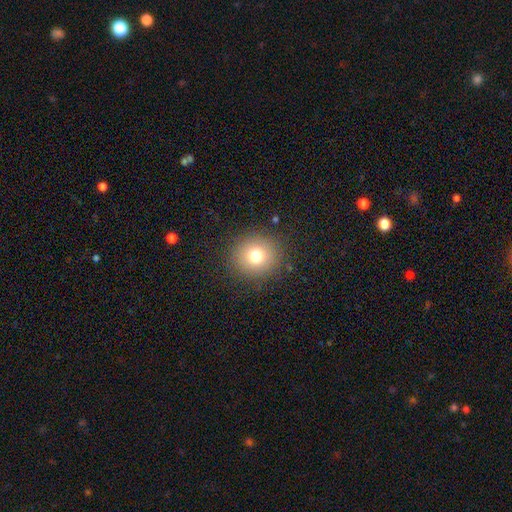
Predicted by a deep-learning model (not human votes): A smooth galaxy with no disk features (75%) that is round (87%).

Vote fractions:
- Smooth or featured? smooth: 75% / star or artifact: 13% / featured or disk: 12%
- How rounded? round: 87% / in between: 12% / cigar-shaped: 1%
- Merging? none: 88% / minor disturbance: 8% / major disturbance: 4% / merger: 1%